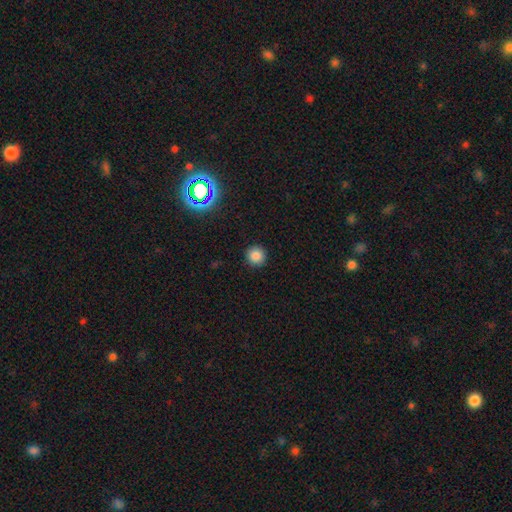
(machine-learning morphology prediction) A smooth galaxy with no disk features (83%) that is round (95%). Merging: none (92%).